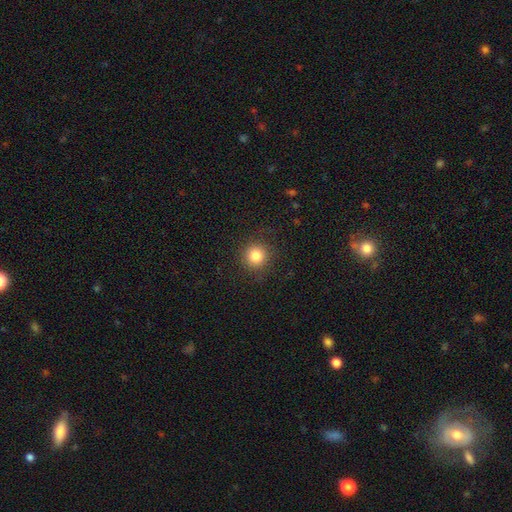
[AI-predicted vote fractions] This is clearly a smooth galaxy (83%). How rounded: clearly round (93%). Merging: clearly none (89%).